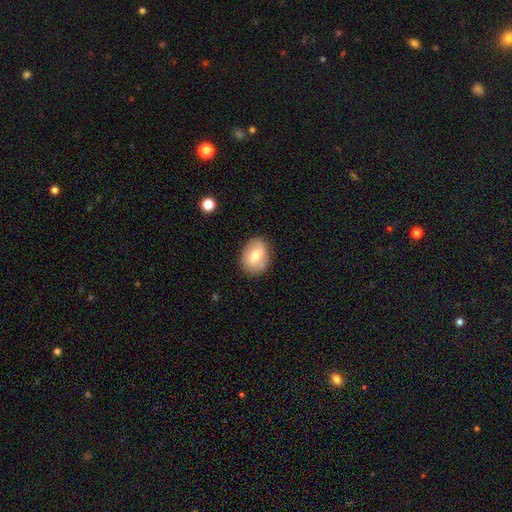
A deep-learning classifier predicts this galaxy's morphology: Smooth or featured? Predicted: smooth (p=0.62). How rounded? Predicted: in between (p=0.61). Merging? Predicted: none (p=0.82).